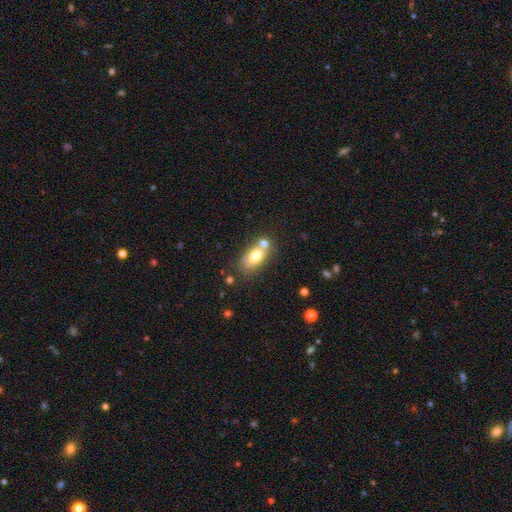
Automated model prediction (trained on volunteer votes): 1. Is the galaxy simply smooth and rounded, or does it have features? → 71% smooth, 19% featured or disk, 9% star or artifact.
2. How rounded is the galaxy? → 83% in between, 11% round, 6% cigar-shaped.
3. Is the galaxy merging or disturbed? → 54% none, 27% merger, 14% minor disturbance, 5% major disturbance.